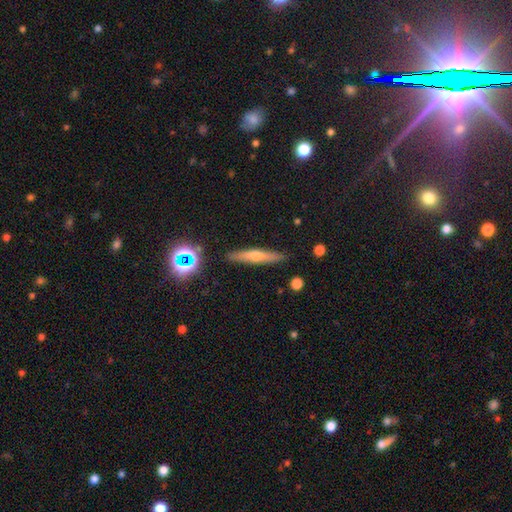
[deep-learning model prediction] This appears to be a featured or disk galaxy (48%). Merging: none (89%).